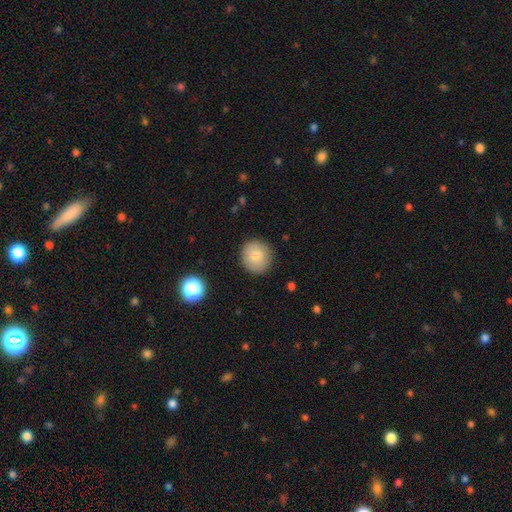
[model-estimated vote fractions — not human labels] The model was most divided on "smooth or featured": smooth: 82%, featured or disk: 10%, star or artifact: 8%. More confident: how rounded — round (90%); merging — none (89%).